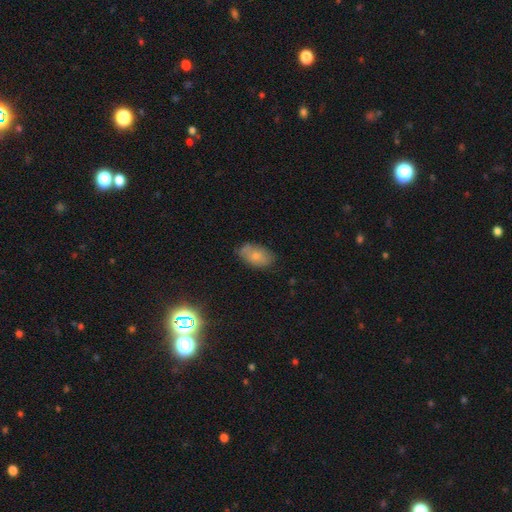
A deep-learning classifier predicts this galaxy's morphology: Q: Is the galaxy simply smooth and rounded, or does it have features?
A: smooth — 73%.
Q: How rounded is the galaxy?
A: in between — 92%.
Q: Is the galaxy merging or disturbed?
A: none — 70%.